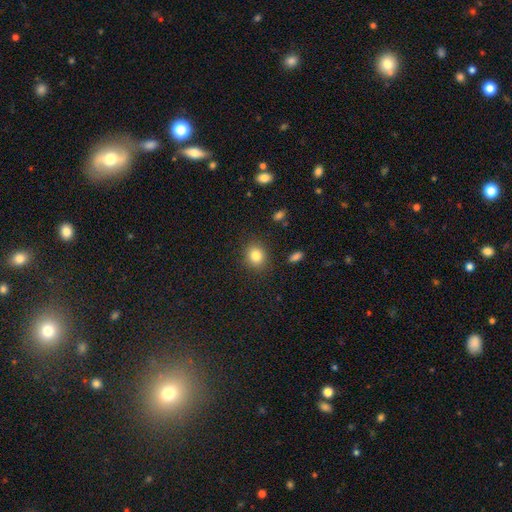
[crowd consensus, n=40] smooth 95%, featured or disk 5%, star or artifact 0%. Down the decision tree: how rounded — round (74%); merging — none (98%).